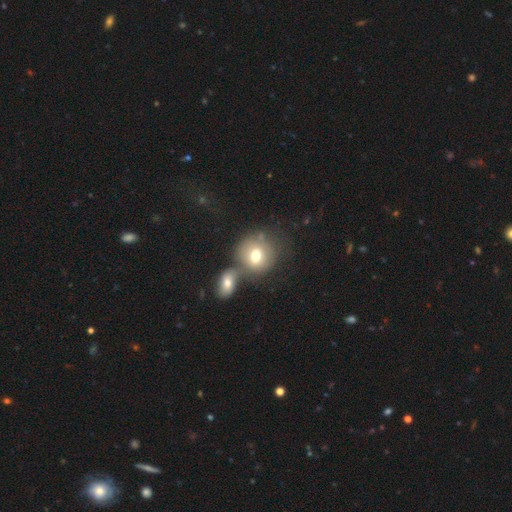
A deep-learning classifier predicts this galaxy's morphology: smooth 69%, featured or disk 21%, star or artifact 10%. Down the decision tree: how rounded — round (83%); merging — none (42%).